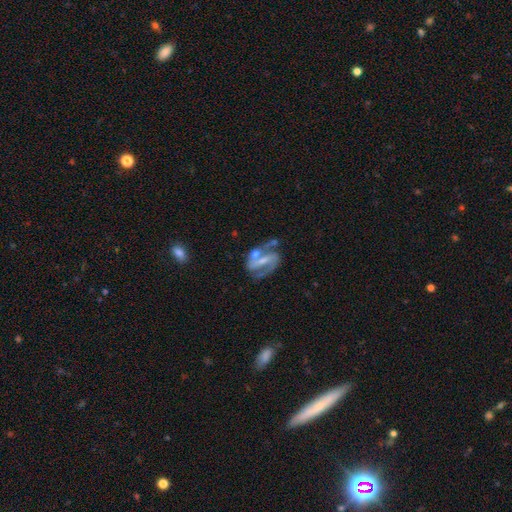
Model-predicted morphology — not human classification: Smooth or featured? Predicted: featured or disk (p=0.83). Edge-on disk? Predicted: no (p=0.96). Bar? Predicted: strong (p=0.57). Spiral arms? Predicted: yes (p=0.90). Spiral winding? Predicted: medium (p=0.53). Spiral arm count? Predicted: 2 (p=0.88). Bulge size? Predicted: small (p=0.44). Merging? Predicted: none (p=0.51).